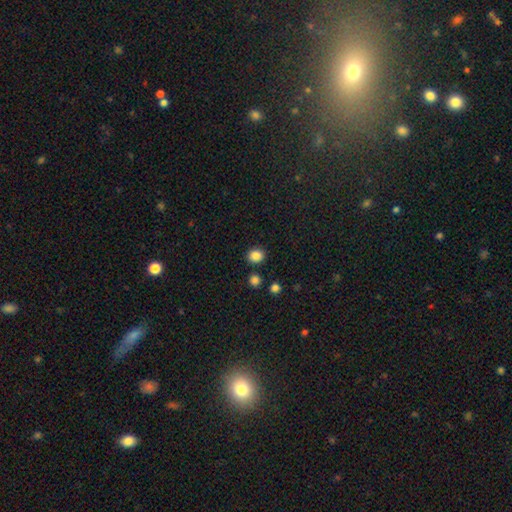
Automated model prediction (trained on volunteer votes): Smooth or featured?
  - smooth: 86% *
  - star or artifact: 10%
  - featured or disk: 4%
How rounded?
  - round: 69% *
  - in between: 30%
  - cigar-shaped: 1%
Merging?
  - none: 85% *
  - minor disturbance: 8%
  - merger: 4%
  - major disturbance: 2%